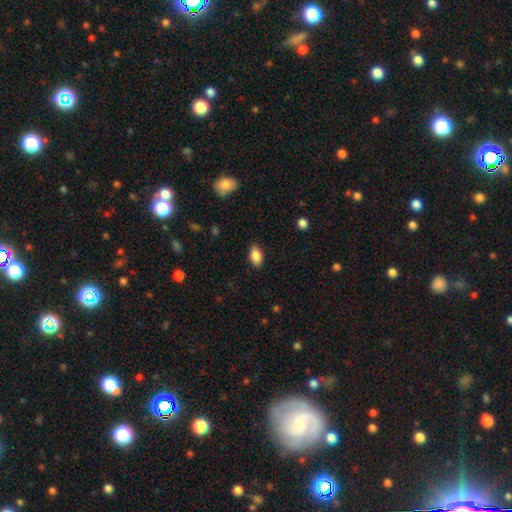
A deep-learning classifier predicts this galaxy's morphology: Overall: smooth (87%). How rounded: in between (91%). Merging: none (87%).